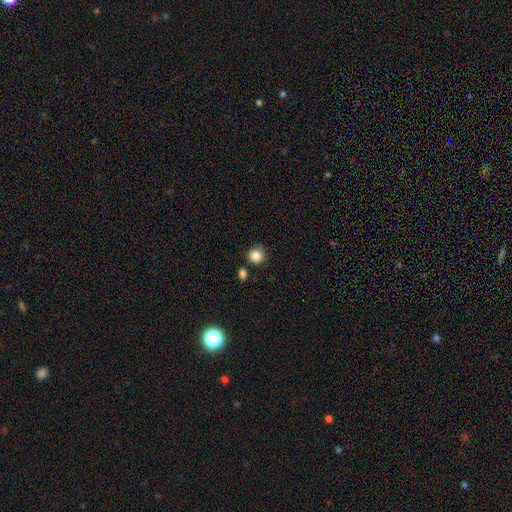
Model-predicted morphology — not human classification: Q: Smooth or featured?
A: smooth (85%); runner-up: star or artifact (10%)
Q: How rounded?
A: round (88%); runner-up: in between (11%)
Q: Merging?
A: none (74%); runner-up: minor disturbance (16%)